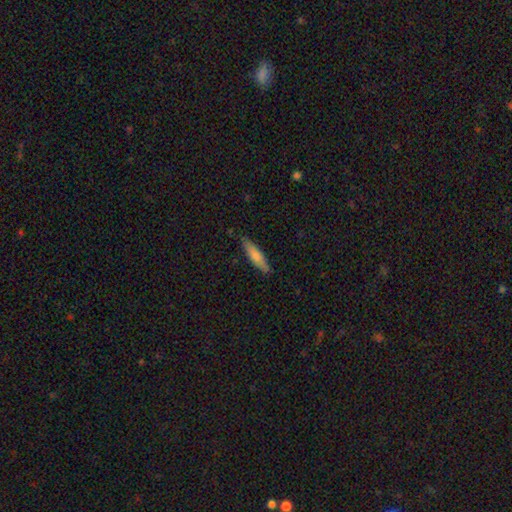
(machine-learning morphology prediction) A smooth galaxy with no disk features (76%) that is cigar-shaped (75%).

Vote fractions:
- Smooth or featured? smooth: 76% / featured or disk: 19% / star or artifact: 6%
- How rounded? cigar-shaped: 75% / in between: 24% / round: 1%
- Merging? none: 83% / minor disturbance: 13% / major disturbance: 2% / merger: 1%